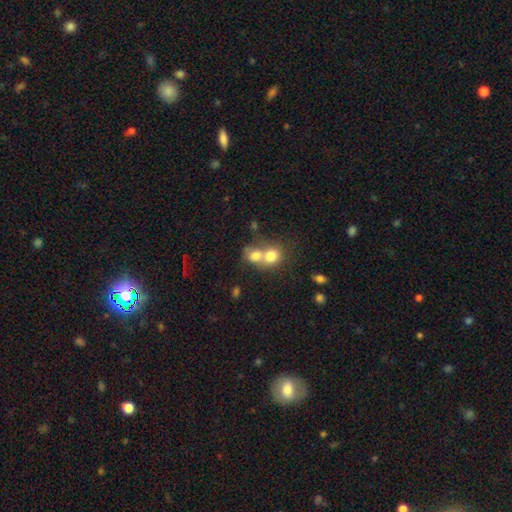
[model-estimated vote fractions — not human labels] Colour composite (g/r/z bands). It shows a smooth galaxy with no disk features (74%) that is round (63%). Merging: merger (68%).